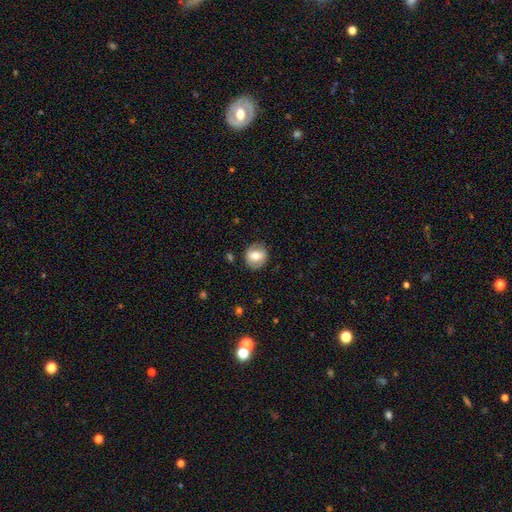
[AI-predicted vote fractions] smooth 63%, featured or disk 30%, star or artifact 8%. Down the decision tree: how rounded — round (84%); merging — none (84%).